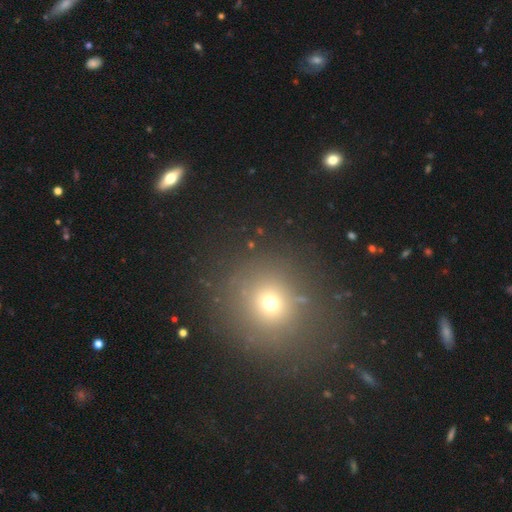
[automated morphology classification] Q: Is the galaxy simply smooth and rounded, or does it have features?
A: smooth — 60%.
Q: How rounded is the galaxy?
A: round — 82%.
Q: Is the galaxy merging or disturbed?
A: none — 87%.